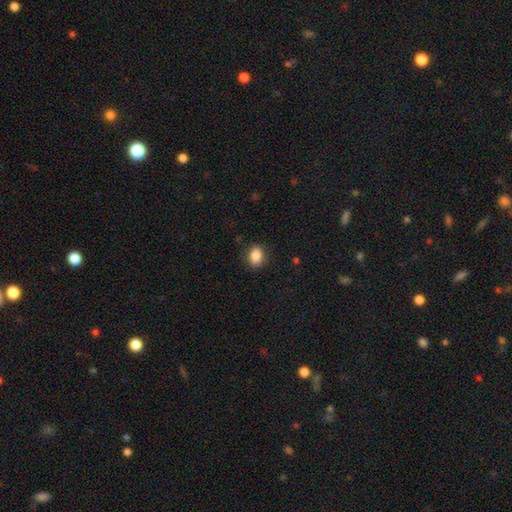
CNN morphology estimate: The model was most divided on "how rounded": in between: 64%, round: 35%, cigar-shaped: 1%. More confident: smooth or featured — smooth (86%); merging — none (85%).